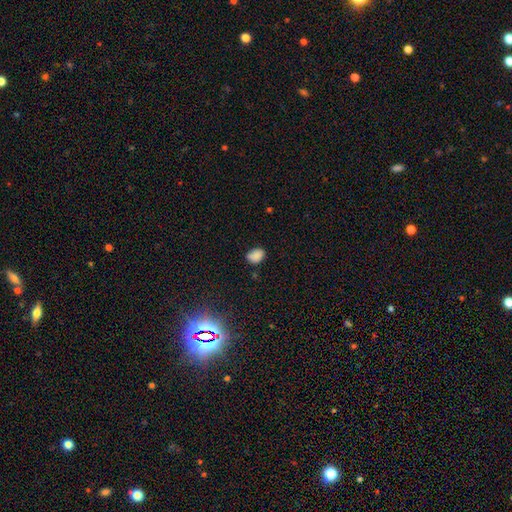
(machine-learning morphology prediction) This appears to be a smooth galaxy with no disk features (82%) that is in between round and cigar-shaped (71%). Merging: none (69%).